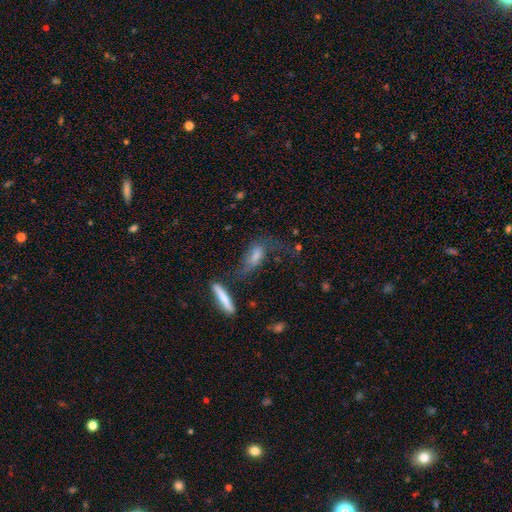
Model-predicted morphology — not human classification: type=smooth (48%); merging=none (38%).